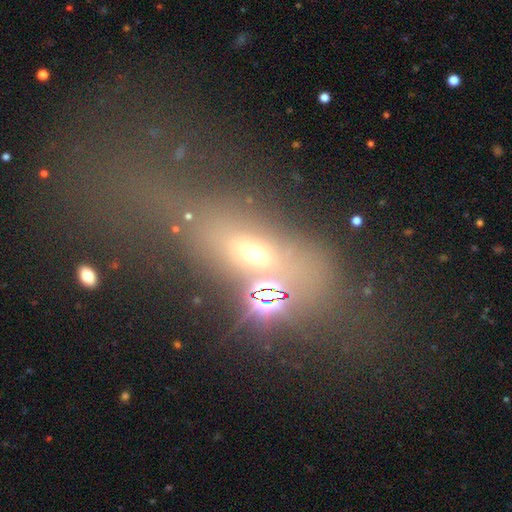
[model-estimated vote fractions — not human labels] Morphology: type=smooth (46%); merging=none (36%).